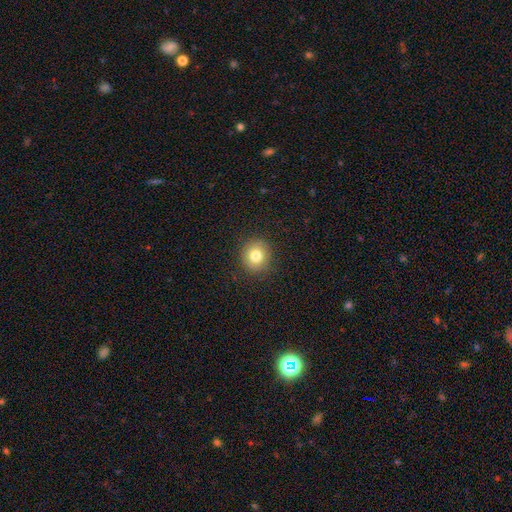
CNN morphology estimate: smooth_or_featured: smooth (p=0.79) [alt: star or artifact p=0.11]
how_rounded: round (p=0.87) [alt: in between p=0.12]
merging: none (p=0.89) [alt: minor disturbance p=0.07]